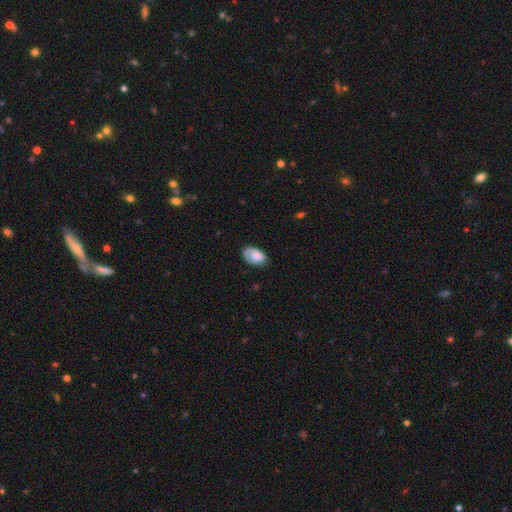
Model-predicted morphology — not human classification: Smooth or featured? Predicted: smooth (p=0.70). How rounded? Predicted: in between (p=0.90). Merging? Predicted: none (p=0.58).